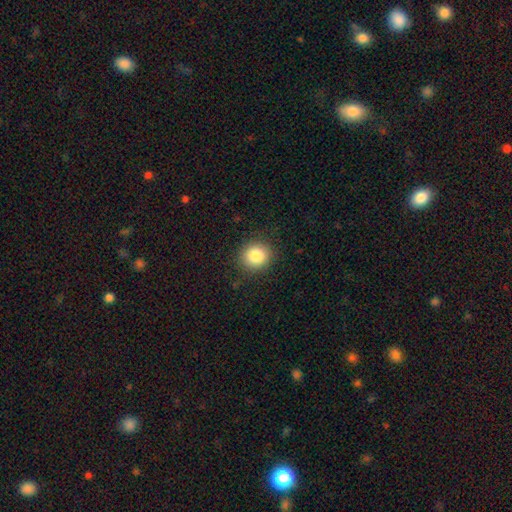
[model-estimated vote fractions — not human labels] A smooth galaxy with no disk features (85%) that is round (85%). Merging: none (89%).